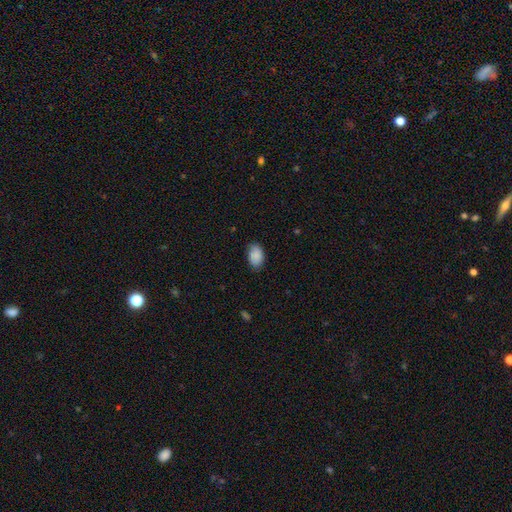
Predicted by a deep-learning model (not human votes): Smooth or featured: smooth — 85% (featured or disk — 8%)
How rounded: in between — 89% (round — 9%)
Merging: none — 77% (minor disturbance — 19%)